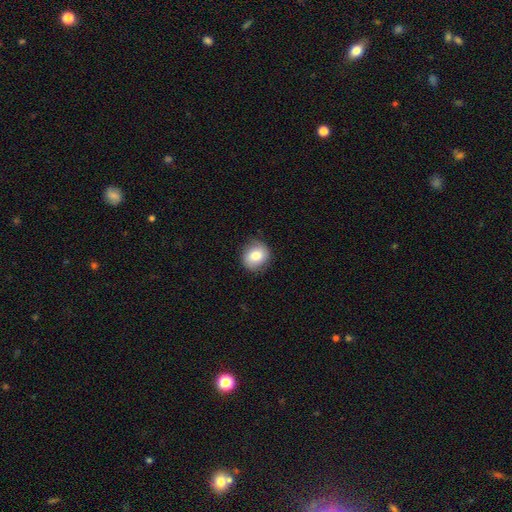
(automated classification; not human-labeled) A smooth galaxy with no disk features (78%) that is round (78%). Merging: none (83%).